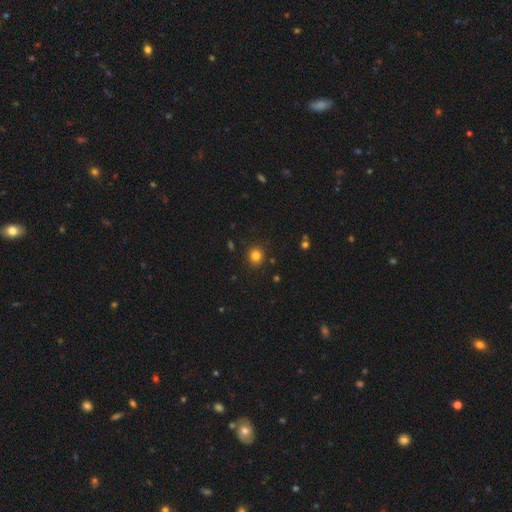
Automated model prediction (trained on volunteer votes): smooth_or_featured: smooth (p=0.81) [alt: star or artifact p=0.13]
how_rounded: round (p=0.88) [alt: in between p=0.12]
merging: none (p=0.89) [alt: minor disturbance p=0.07]